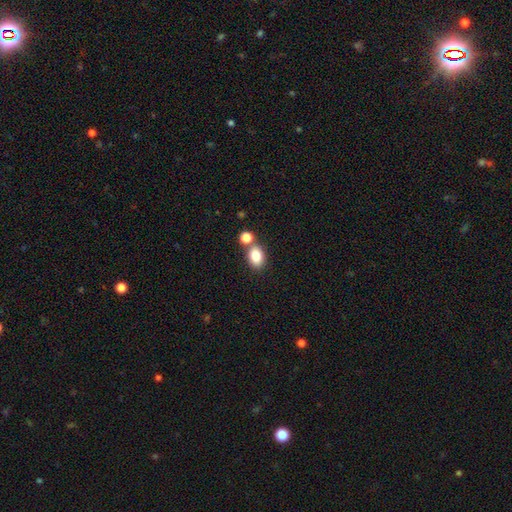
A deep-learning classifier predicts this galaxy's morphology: Smooth or featured: smooth — 84% (star or artifact — 9%)
How rounded: in between — 72% (round — 27%)
Merging: none — 60% (merger — 27%)